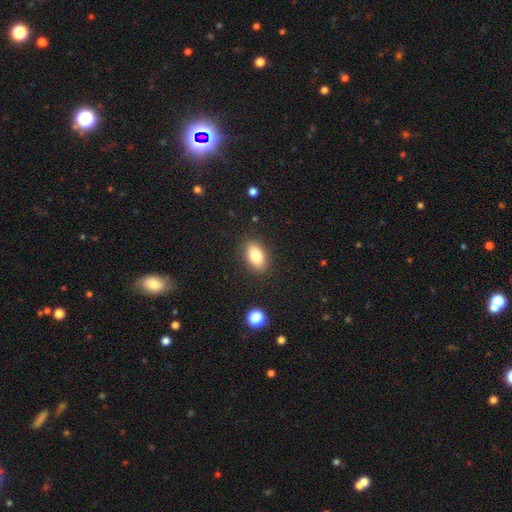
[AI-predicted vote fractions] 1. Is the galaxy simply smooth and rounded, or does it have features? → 81% smooth, 10% featured or disk, 8% star or artifact.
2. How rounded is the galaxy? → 90% in between, 7% round, 3% cigar-shaped.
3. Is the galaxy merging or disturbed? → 87% none, 9% minor disturbance, 2% major disturbance, 1% merger.